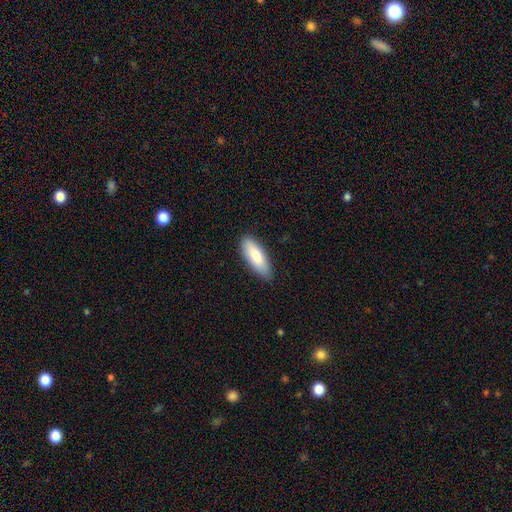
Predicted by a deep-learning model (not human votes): Overall: smooth (82%). How rounded: in between (63%; cigar-shaped 36%). Merging: none (85%).